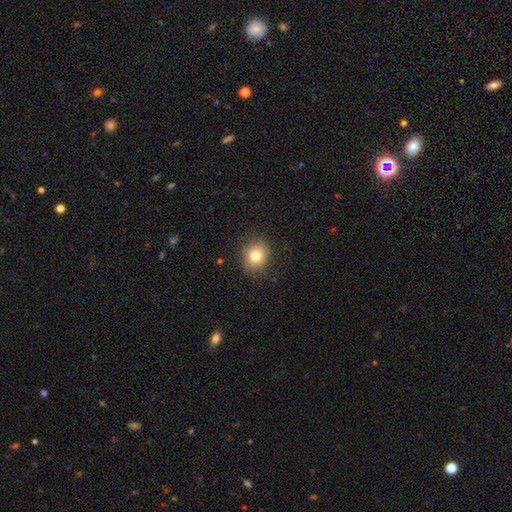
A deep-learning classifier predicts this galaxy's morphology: Q: Smooth or featured?
A: smooth (79%); runner-up: star or artifact (11%)
Q: How rounded?
A: round (70%); runner-up: in between (29%)
Q: Merging?
A: none (86%); runner-up: minor disturbance (10%)